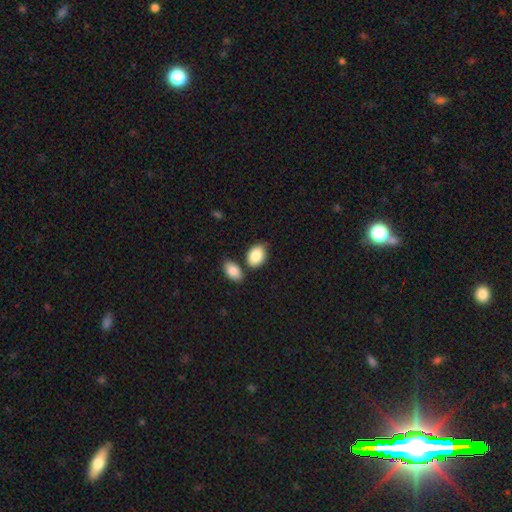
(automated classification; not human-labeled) The model was most divided on "merging": none: 62%, merger: 18%, minor disturbance: 16%, major disturbance: 4%. More confident: smooth or featured — smooth (87%); how rounded — in between (84%).